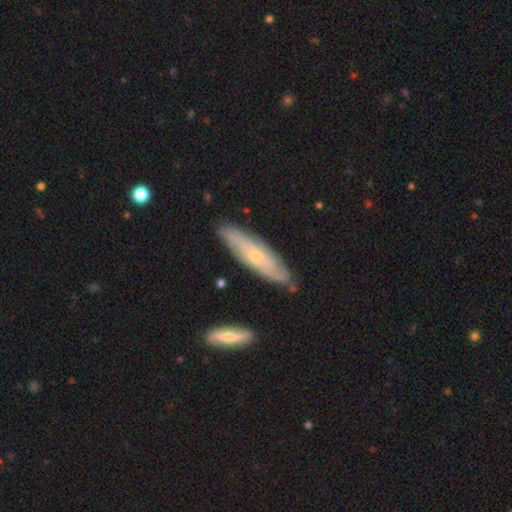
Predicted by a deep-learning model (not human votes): Morphology: type=featured or disk (64%); edge-on=no (68%); merging=none (79%).